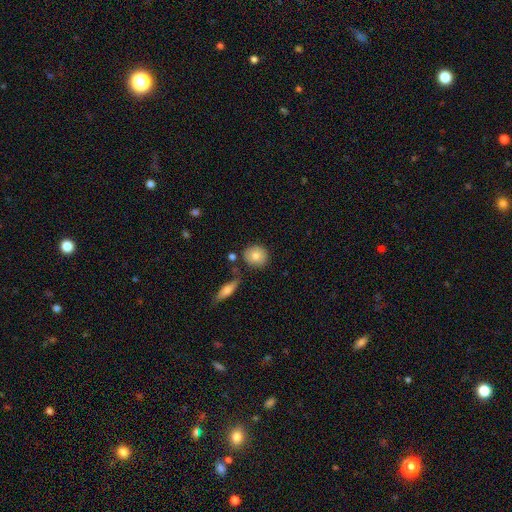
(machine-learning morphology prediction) smooth 80%, featured or disk 13%, star or artifact 8%. Down the decision tree: how rounded — round (82%); merging — none (80%).